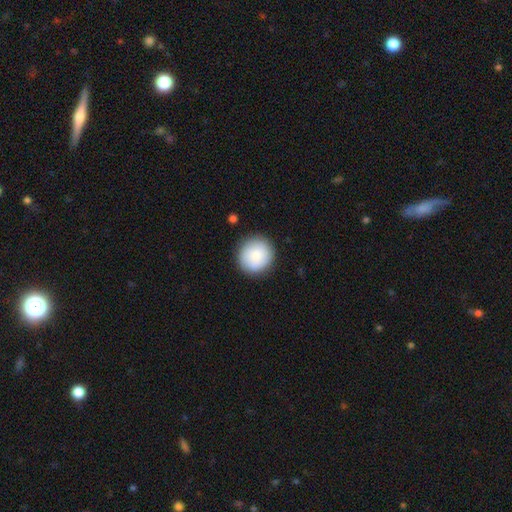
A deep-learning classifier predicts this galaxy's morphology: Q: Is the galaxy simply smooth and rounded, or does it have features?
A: smooth — 82%.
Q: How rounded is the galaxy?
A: round — 93%.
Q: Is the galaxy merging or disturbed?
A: none — 88%.